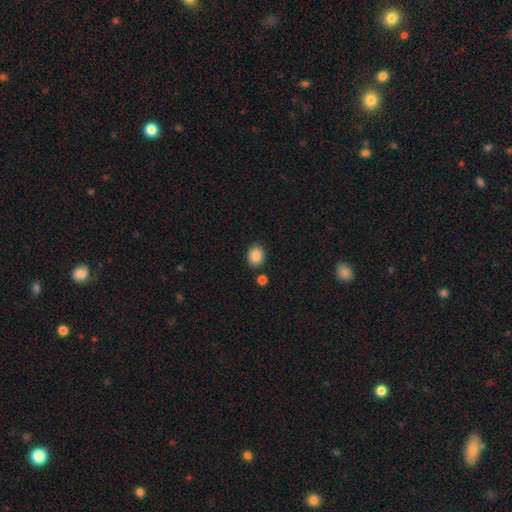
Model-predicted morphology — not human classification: smooth_or_featured: smooth (p=0.88) [alt: star or artifact p=0.09]
how_rounded: round (p=0.51) [alt: in between p=0.48]
merging: none (p=0.83) [alt: minor disturbance p=0.10]